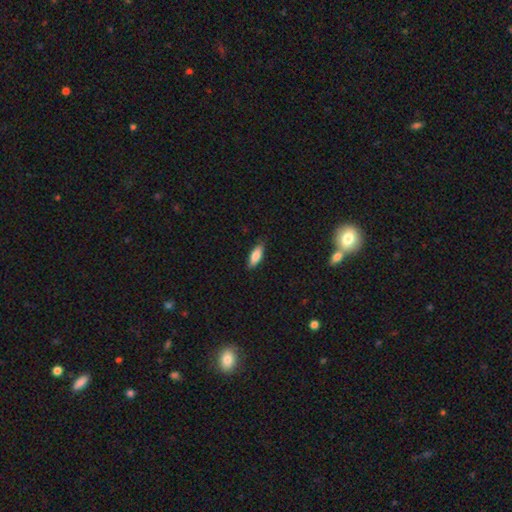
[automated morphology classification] smooth_or_featured: smooth (p=0.80) [alt: featured or disk p=0.14]
how_rounded: in between (p=0.66) [alt: cigar-shaped p=0.32]
merging: none (p=0.83) [alt: minor disturbance p=0.14]